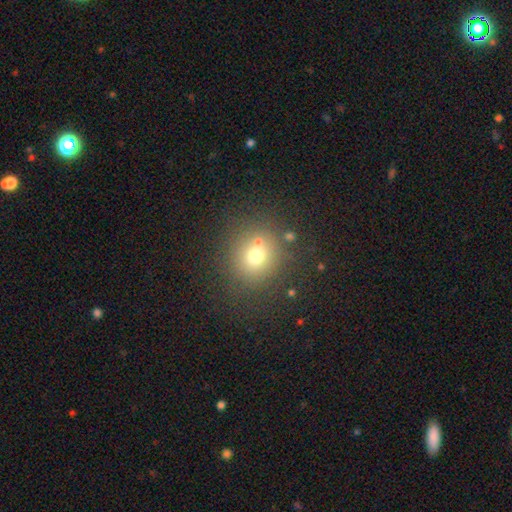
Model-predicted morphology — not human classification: A smooth galaxy with no disk features (69%) that is round (86%).

Vote fractions:
- Smooth or featured? smooth: 69% / star or artifact: 18% / featured or disk: 13%
- How rounded? round: 86% / in between: 13% / cigar-shaped: 1%
- Merging? none: 74% / merger: 12% / minor disturbance: 10% / major disturbance: 5%